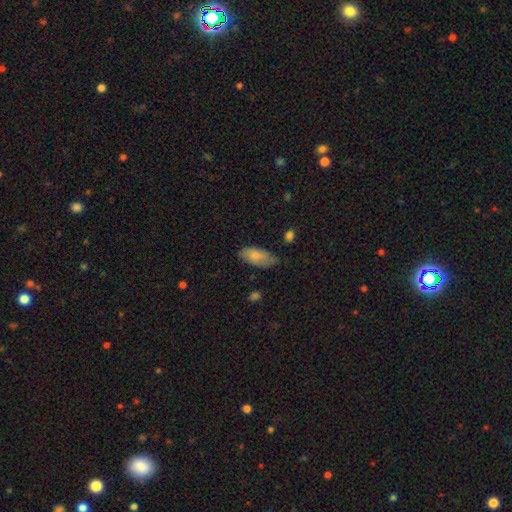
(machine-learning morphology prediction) Smooth or featured?
  - smooth: 82% *
  - featured or disk: 11%
  - star or artifact: 6%
How rounded?
  - in between: 89% *
  - cigar-shaped: 8%
  - round: 2%
Merging?
  - none: 69% *
  - minor disturbance: 24%
  - major disturbance: 5%
  - merger: 2%